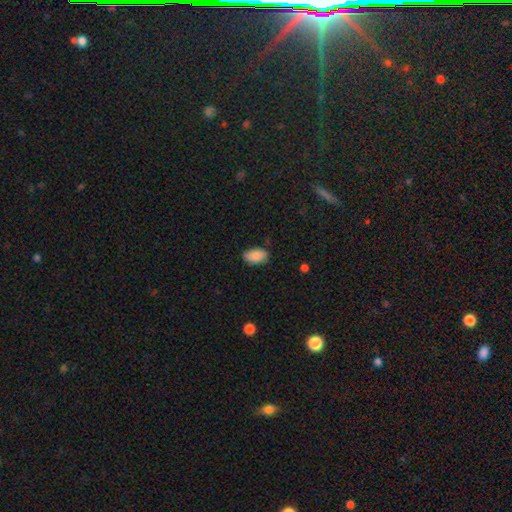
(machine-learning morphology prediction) This appears to be a smooth galaxy with no disk features (88%) that is in between round and cigar-shaped (92%). Merging: none (79%).